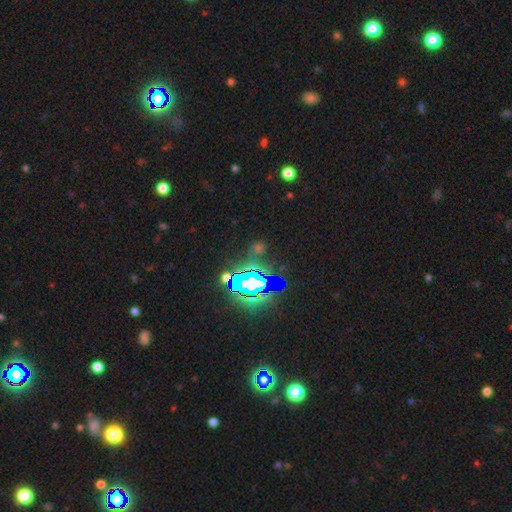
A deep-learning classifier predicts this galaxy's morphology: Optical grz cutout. It shows a star or artifact, not a galaxy (77%).